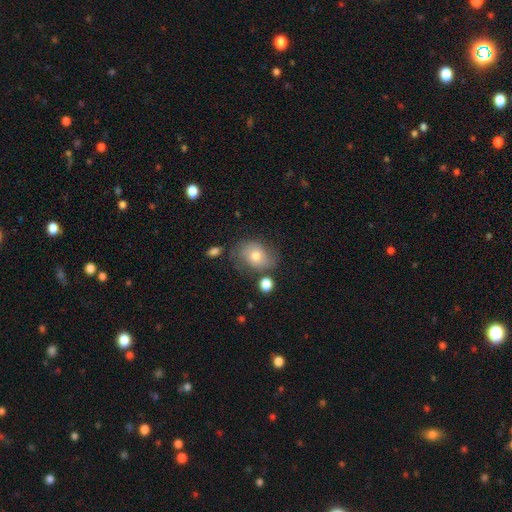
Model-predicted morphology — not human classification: smooth-or-featured: smooth: 63% | featured or disk: 27% | star or artifact: 10%
  how-rounded: in between: 62% | round: 37% | cigar-shaped: 1%
  merging: none: 59% | minor disturbance: 25% | major disturbance: 10% | merger: 6%